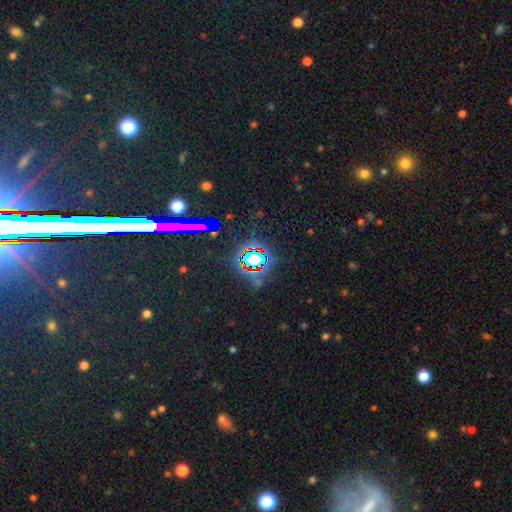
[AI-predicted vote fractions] Morphology: type=star or artifact (79%).